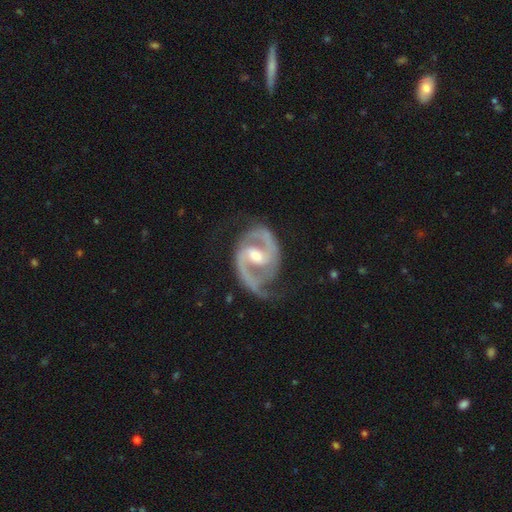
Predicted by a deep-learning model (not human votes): This appears to be a featured or disk galaxy (93%) with a weak bar (48%), 2 (92%) medium (57%) spiral arms (98%) and a moderate central bulge (68%). Merging: none (68%).